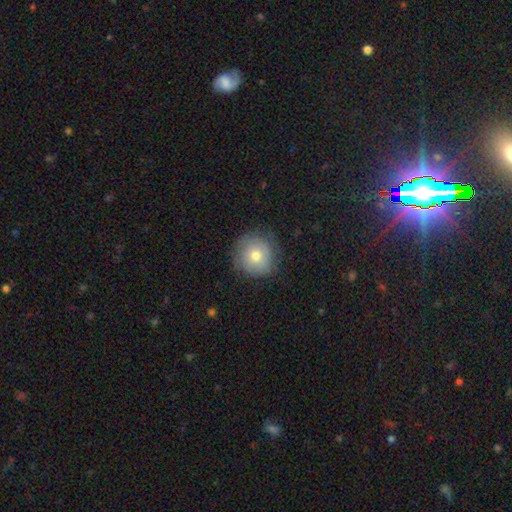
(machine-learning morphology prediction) smooth 71%, featured or disk 20%, star or artifact 9%. Down the decision tree: how rounded — round (92%); merging — none (79%).